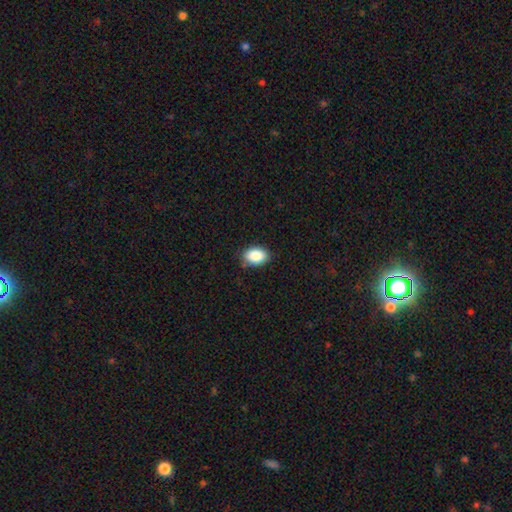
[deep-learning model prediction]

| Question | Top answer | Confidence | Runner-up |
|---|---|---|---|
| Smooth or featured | smooth | 88% | star or artifact (8%) |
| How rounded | in between | 83% | round (16%) |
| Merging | none | 83% | minor disturbance (13%) |